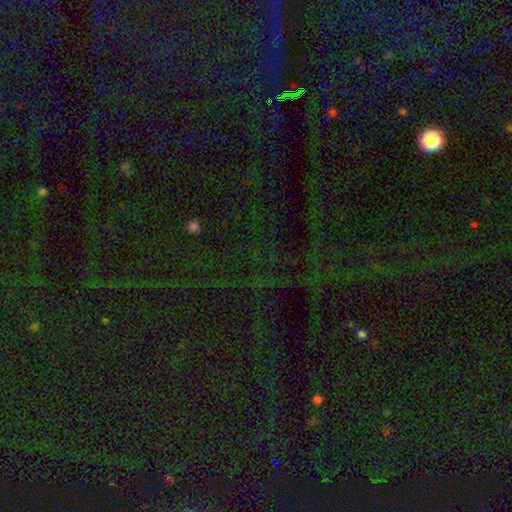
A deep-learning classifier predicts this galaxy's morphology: This appears to be a star or artifact, not a galaxy (80%).